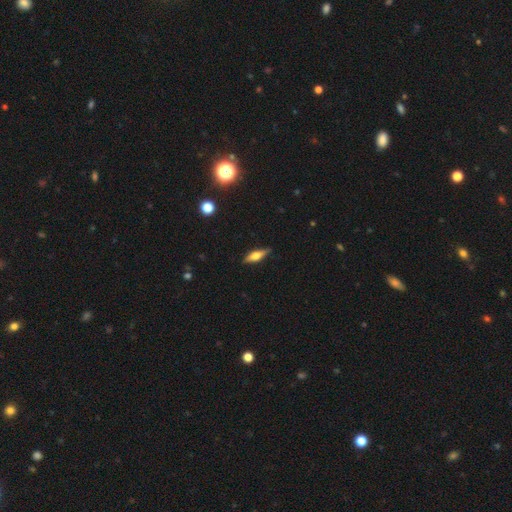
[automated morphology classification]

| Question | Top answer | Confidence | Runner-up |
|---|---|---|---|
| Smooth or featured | featured or disk | 49% | smooth (44%) |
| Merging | none | 86% | minor disturbance (11%) |